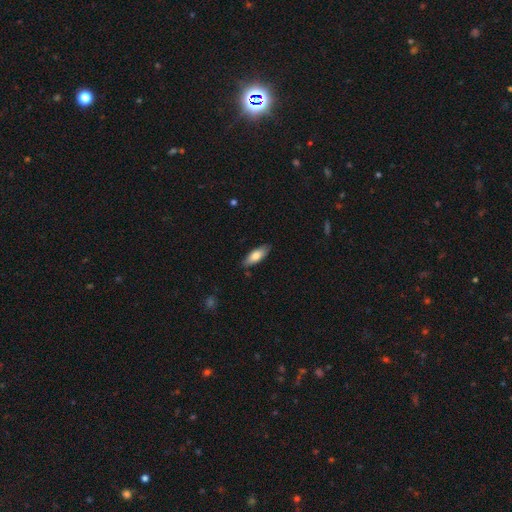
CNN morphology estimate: Smooth or featured: smooth — 77% (featured or disk — 17%)
How rounded: in between — 68% (cigar-shaped — 30%)
Merging: none — 85% (minor disturbance — 12%)